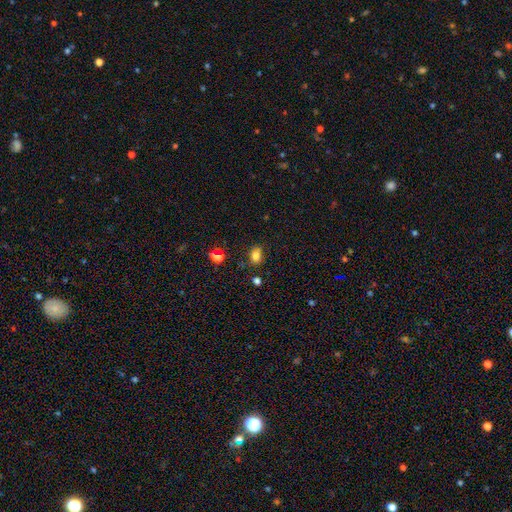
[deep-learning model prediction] Q: Smooth or featured?
A: smooth (80%); runner-up: star or artifact (14%)
Q: How rounded?
A: in between (67%); runner-up: round (31%)
Q: Merging?
A: none (75%); runner-up: minor disturbance (17%)